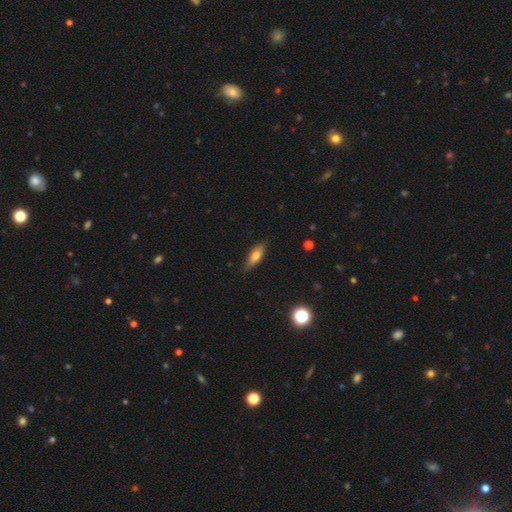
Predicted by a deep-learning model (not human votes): Smooth or featured?
  - smooth: 64% *
  - featured or disk: 29%
  - star or artifact: 7%
How rounded?
  - in between: 55% *
  - cigar-shaped: 42%
  - round: 3%
Merging?
  - none: 82% *
  - minor disturbance: 15%
  - major disturbance: 2%
  - merger: 1%